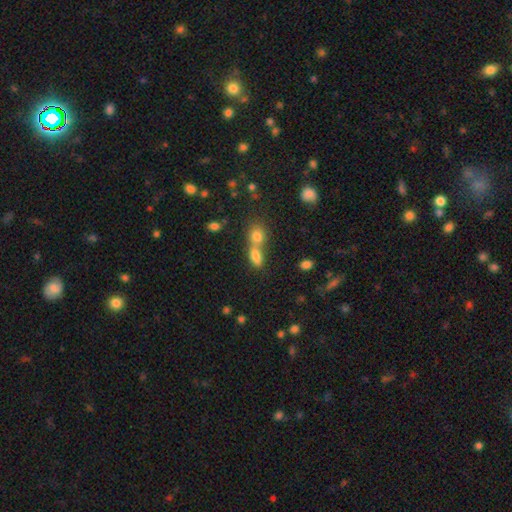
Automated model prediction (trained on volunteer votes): Smooth or featured? Predicted: smooth (p=0.77). How rounded? Predicted: in between (p=0.76). Merging? Predicted: merger (p=0.60).